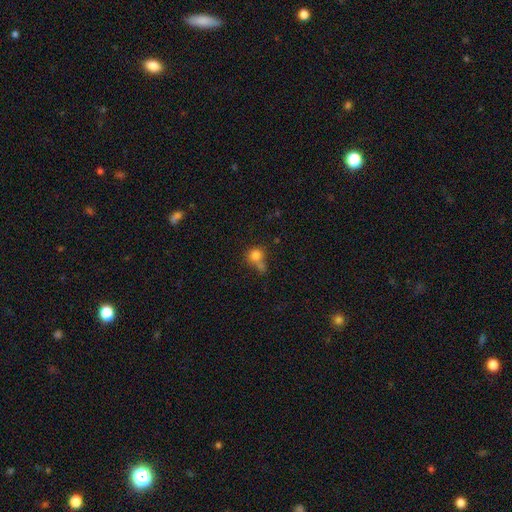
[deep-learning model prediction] Smooth or featured?
  - smooth: 78% *
  - star or artifact: 12%
  - featured or disk: 11%
How rounded?
  - round: 80% *
  - in between: 19%
  - cigar-shaped: 2%
Merging?
  - none: 40% *
  - merger: 30%
  - minor disturbance: 18%
  - major disturbance: 12%